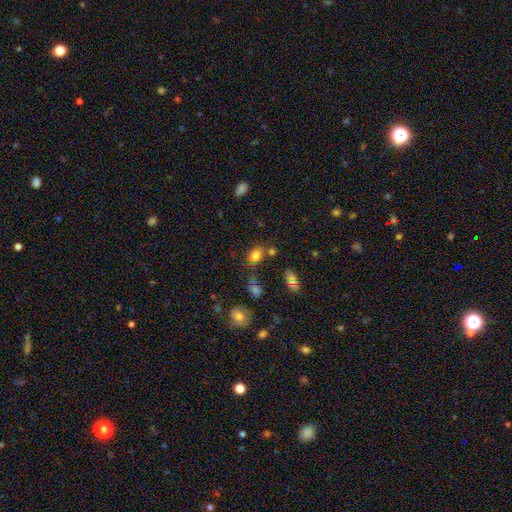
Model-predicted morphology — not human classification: Overall: smooth (79%). How rounded: in between (63%; round 35%). Merging: none (63%).